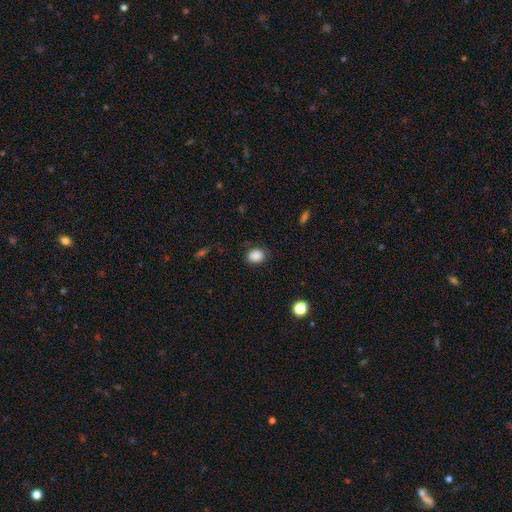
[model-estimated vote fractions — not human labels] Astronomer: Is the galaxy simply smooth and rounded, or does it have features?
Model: smooth — 88%.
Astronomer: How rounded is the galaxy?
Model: in between — 57% (runner-up: round, 42%).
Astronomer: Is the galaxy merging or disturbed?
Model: none — 82%.